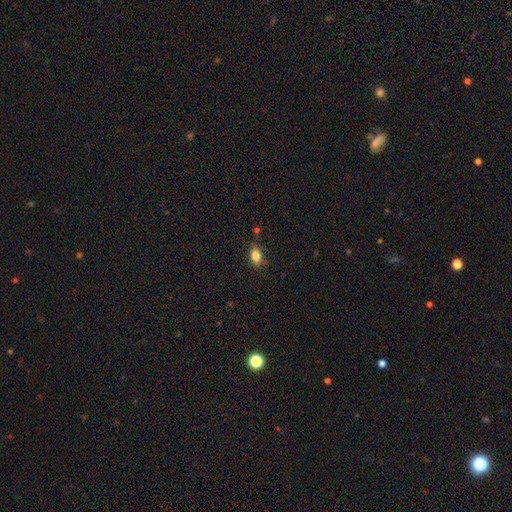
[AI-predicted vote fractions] This is clearly a smooth galaxy (84%). How rounded: clearly in between (86%). Merging: likely none (78%).